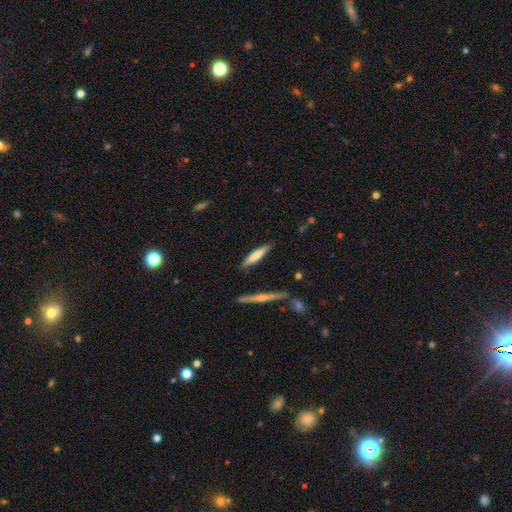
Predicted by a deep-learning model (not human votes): This appears to be a smooth galaxy with no disk features (69%) that is cigar-shaped (84%). Merging: none (84%).